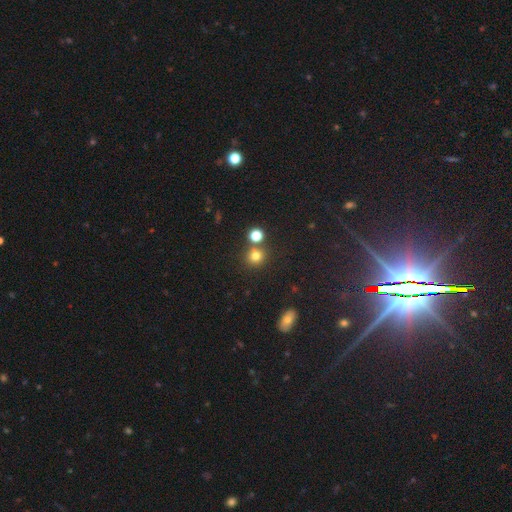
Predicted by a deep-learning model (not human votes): smooth 76%, star or artifact 17%, featured or disk 7%. Down the decision tree: how rounded — round (89%); merging — none (72%).